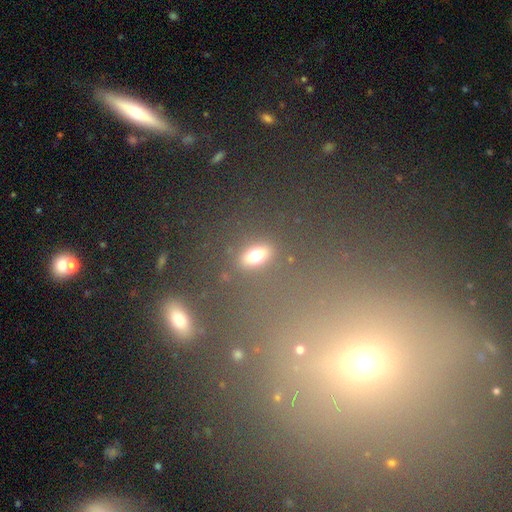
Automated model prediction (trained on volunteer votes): A smooth galaxy with no disk features (66%) that is in between round and cigar-shaped (70%).

Vote fractions:
- Smooth or featured? smooth: 66% / star or artifact: 21% / featured or disk: 13%
- How rounded? in between: 70% / round: 18% / cigar-shaped: 13%
- Merging? none: 81% / minor disturbance: 10% / major disturbance: 5% / merger: 4%